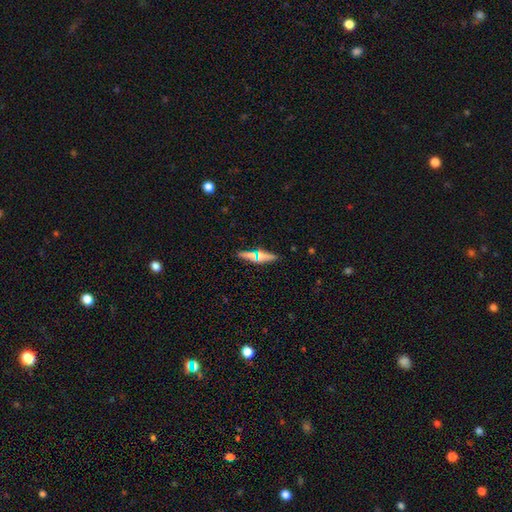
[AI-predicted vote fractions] The model was most divided on "smooth or featured": smooth: 54%, featured or disk: 35%, star or artifact: 11%. More confident: merging — none (85%); how rounded — cigar-shaped (75%).